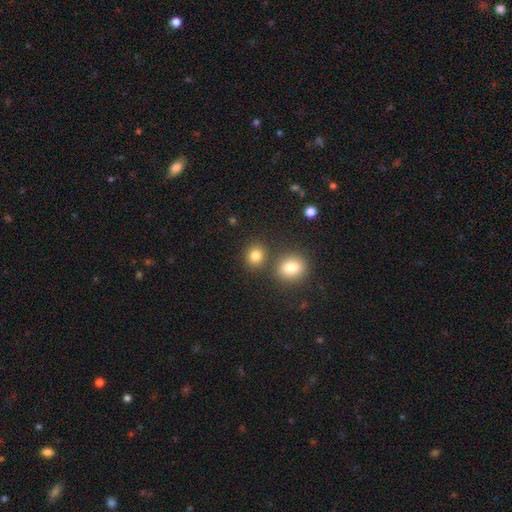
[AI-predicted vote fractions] Smooth or featured? Predicted: smooth (p=0.82). How rounded? Predicted: round (p=0.76). Merging? Predicted: none (p=0.73).